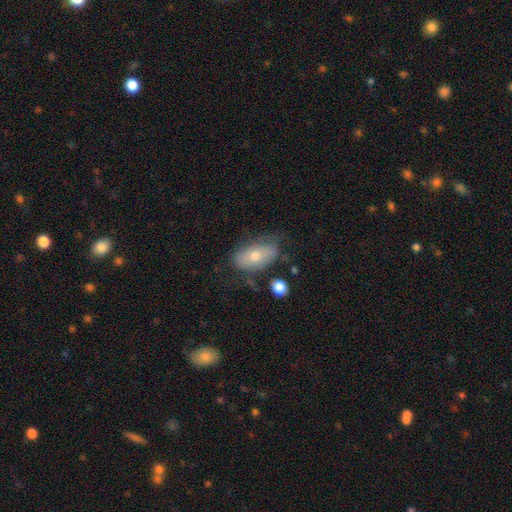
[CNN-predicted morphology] Overall: smooth (62%; featured or disk 31%). How rounded: in between (91%). Merging: none (56%; minor disturbance 27%).